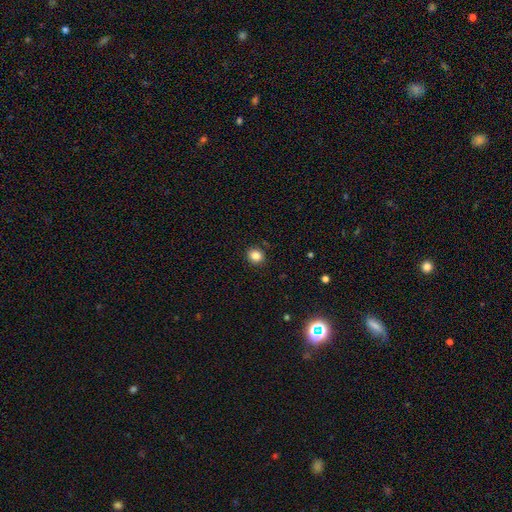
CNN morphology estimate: smooth-or-featured: smooth: 84% | star or artifact: 11% | featured or disk: 5%
  how-rounded: round: 81% | in between: 18% | cigar-shaped: 1%
  merging: none: 90% | minor disturbance: 7% | major disturbance: 2% | merger: 1%